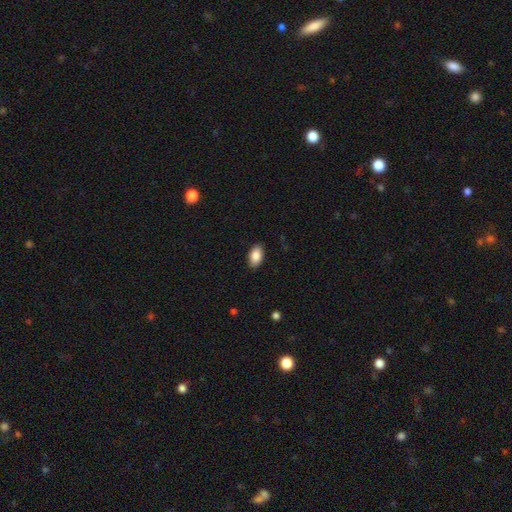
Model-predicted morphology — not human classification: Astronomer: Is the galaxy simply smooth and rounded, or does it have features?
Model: smooth — 86%.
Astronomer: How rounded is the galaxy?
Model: in between — 93%.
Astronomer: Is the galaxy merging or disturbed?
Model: none — 89%.